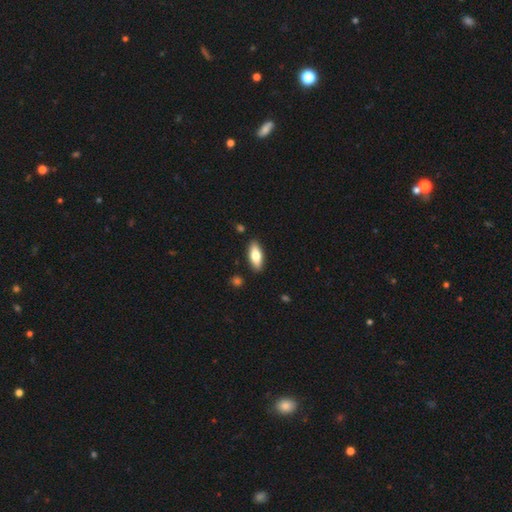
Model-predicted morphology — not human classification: Q: Smooth or featured?
A: smooth (72%); runner-up: featured or disk (22%)
Q: How rounded?
A: in between (75%); runner-up: cigar-shaped (23%)
Q: Merging?
A: none (88%); runner-up: minor disturbance (8%)